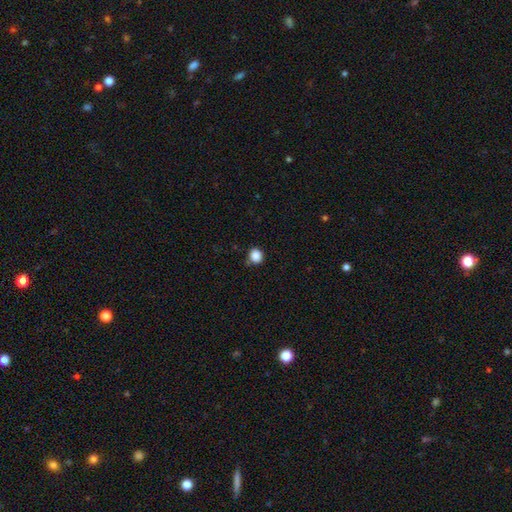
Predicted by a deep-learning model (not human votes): This appears to be a smooth galaxy with no disk features (87%) that is round (87%). Merging: none (79%).